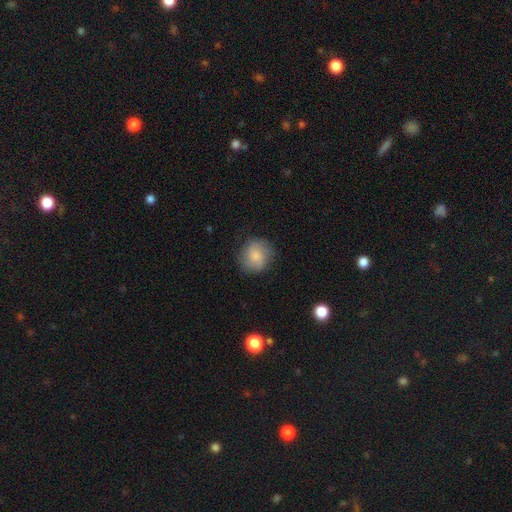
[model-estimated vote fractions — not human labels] The model was most divided on "smooth or featured": smooth: 75%, featured or disk: 17%, star or artifact: 7%. More confident: how rounded — round (86%); merging — none (79%).